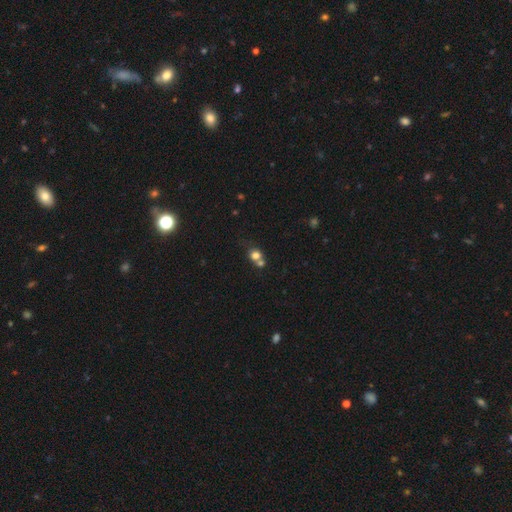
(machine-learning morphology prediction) This appears to be a smooth galaxy with no disk features (74%) that is round (76%). Merging: merger (47%).